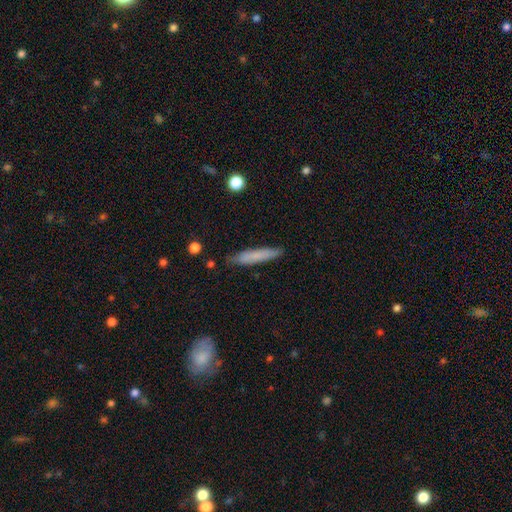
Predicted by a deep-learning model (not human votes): A smooth galaxy with no disk features (74%) that is cigar-shaped (91%). Merging: none (84%).